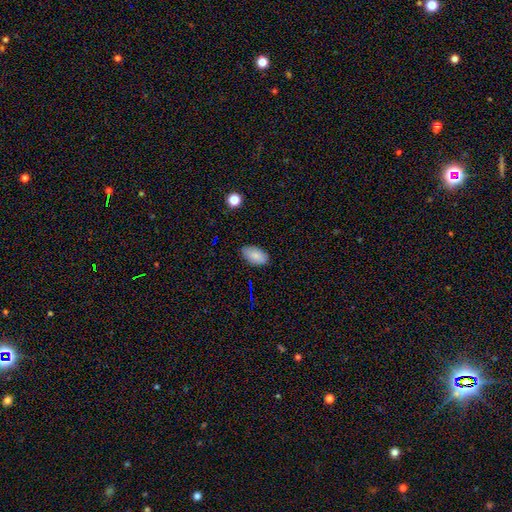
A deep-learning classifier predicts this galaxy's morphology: type=smooth (83%); roundness=in between (94%); merging=none (85%).